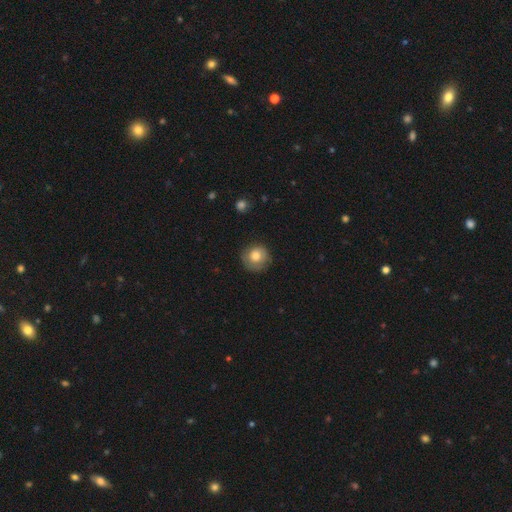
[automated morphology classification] A smooth galaxy with no disk features (77%) that is round (91%). Merging: none (78%).